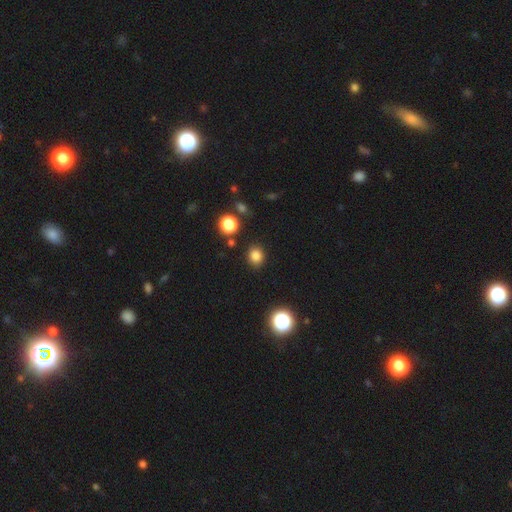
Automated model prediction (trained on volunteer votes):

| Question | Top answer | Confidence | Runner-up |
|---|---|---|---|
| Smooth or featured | smooth | 82% | star or artifact (14%) |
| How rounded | round | 72% | in between (27%) |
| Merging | none | 87% | minor disturbance (8%) |